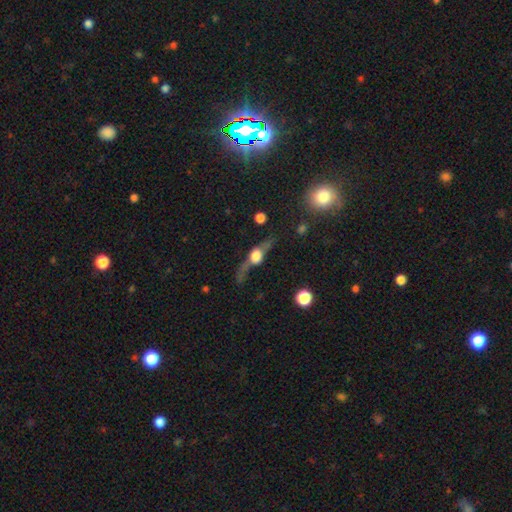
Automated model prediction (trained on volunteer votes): A featured or disk galaxy (68%) viewed edge-on (79%) with a rounded central bulge (91%).

Vote fractions:
- Smooth or featured? featured or disk: 68% / smooth: 22% / star or artifact: 10%
- Edge-on disk? yes: 79% / no: 21%
- Edge-on bulge? rounded: 91% / boxy: 7% / none: 2%
- Merging? none: 54% / major disturbance: 22% / minor disturbance: 19% / merger: 6%